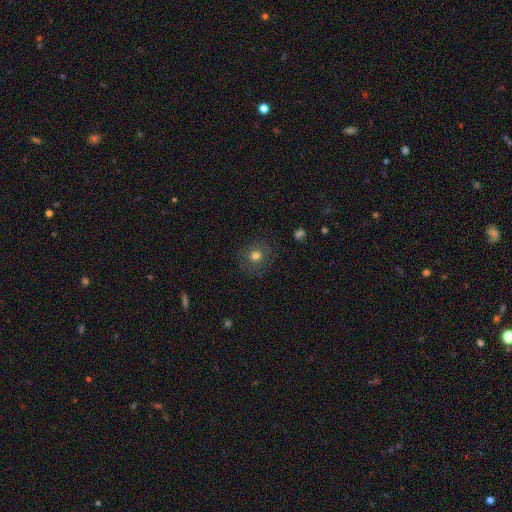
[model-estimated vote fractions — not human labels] Smooth or featured: smooth — 69% (featured or disk — 18%)
How rounded: round — 86% (in between — 13%)
Merging: none — 83% (minor disturbance — 11%)